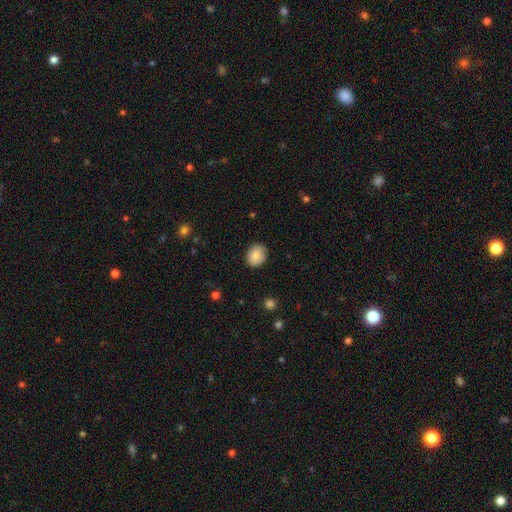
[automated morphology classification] A smooth galaxy with no disk features (85%) that is round (53%). Merging: none (86%).